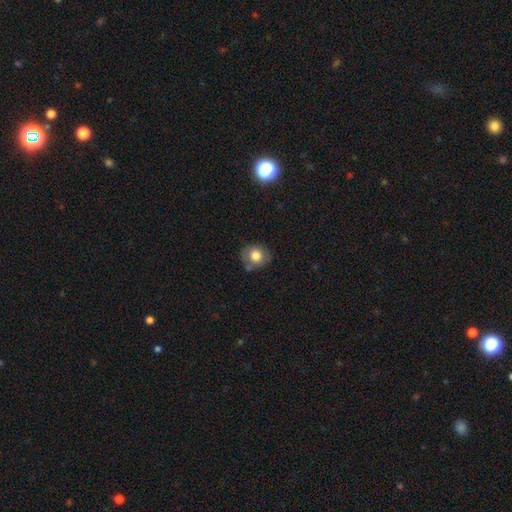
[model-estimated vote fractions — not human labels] The model was most divided on "how rounded": round: 67%, in between: 32%, cigar-shaped: 1%. More confident: smooth or featured — smooth (75%); merging — none (67%).